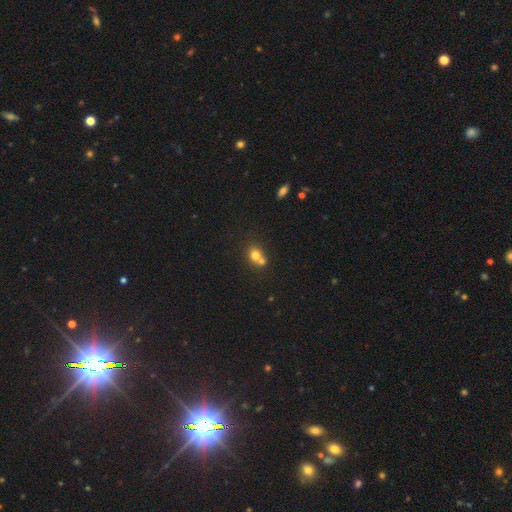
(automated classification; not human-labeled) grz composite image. It shows a smooth galaxy with no disk features (74%) that is round (71%). Merging: merger (51%).